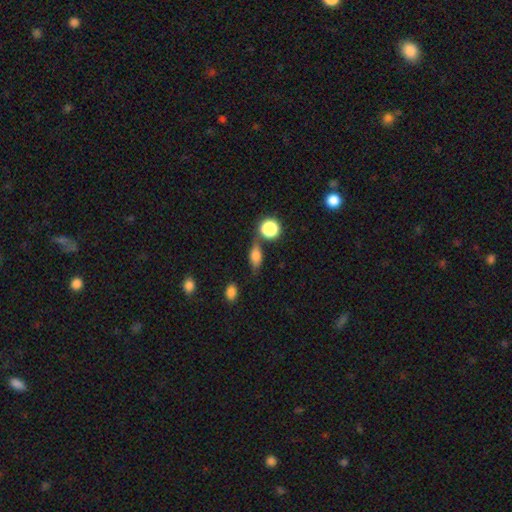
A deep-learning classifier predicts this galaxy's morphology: The model was most divided on "merging": none: 65%, minor disturbance: 20%, merger: 9%, major disturbance: 6%. More confident: how rounded — in between (71%); smooth or featured — smooth (71%).